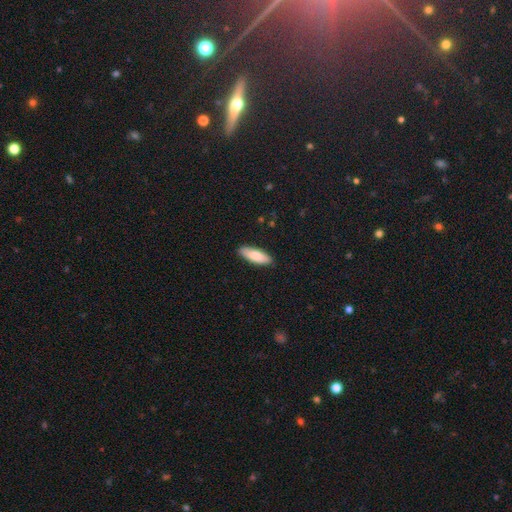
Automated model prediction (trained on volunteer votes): A smooth galaxy with no disk features (81%) that is in between round and cigar-shaped (62%). Merging: none (87%).